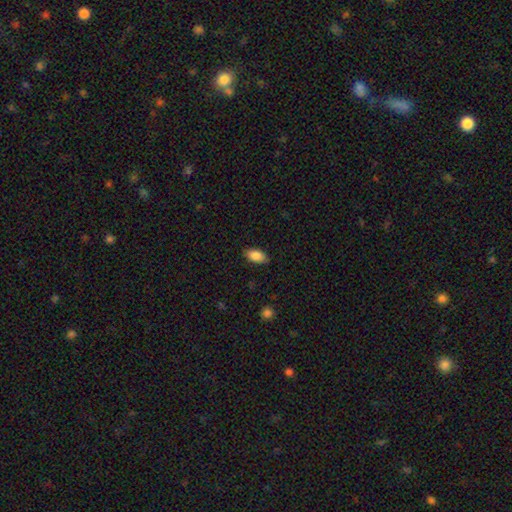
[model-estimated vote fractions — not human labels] Overall: smooth (87%). How rounded: in between (92%). Merging: none (87%).